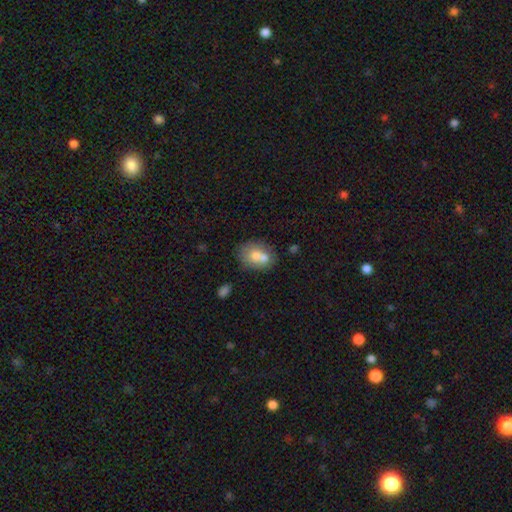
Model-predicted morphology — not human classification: A smooth galaxy with no disk features (69%) that is in between round and cigar-shaped (59%).

Vote fractions:
- Smooth or featured? smooth: 69% / featured or disk: 22% / star or artifact: 8%
- How rounded? in between: 59% / round: 40% / cigar-shaped: 1%
- Merging? merger: 42% / none: 40% / minor disturbance: 13% / major disturbance: 4%